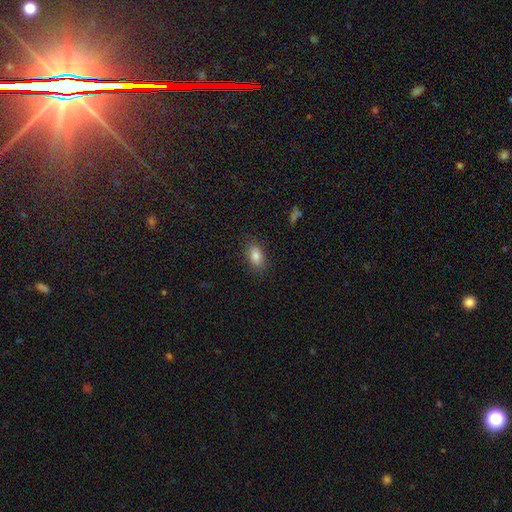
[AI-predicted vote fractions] This is clearly a smooth galaxy (83%). How rounded: clearly in between (88%). Merging: clearly none (86%).